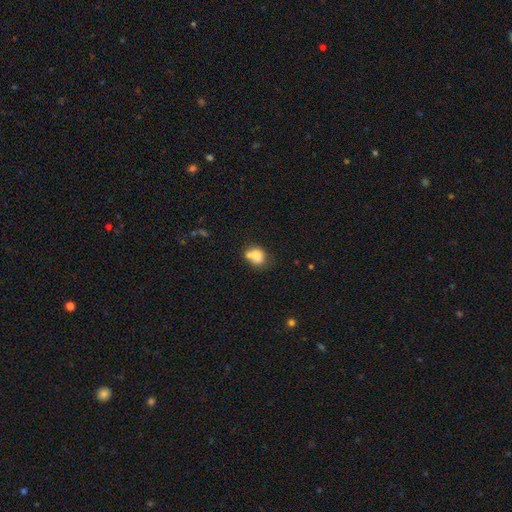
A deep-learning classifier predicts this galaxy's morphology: Smooth or featured? smooth (76%)
How rounded? round (52%)
Merging? merger (44%)